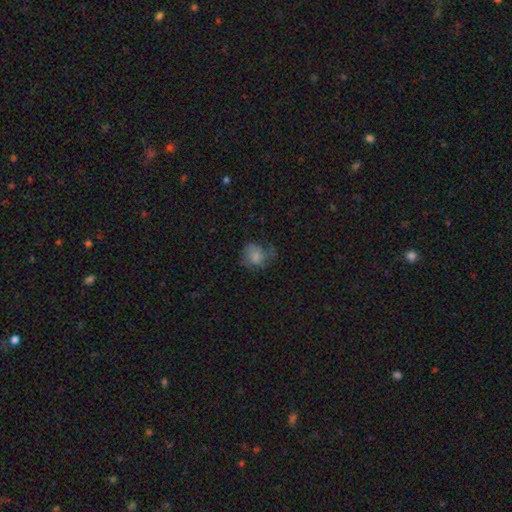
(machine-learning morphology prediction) Q: Smooth or featured?
A: smooth (70%); runner-up: featured or disk (20%)
Q: How rounded?
A: round (66%); runner-up: in between (33%)
Q: Merging?
A: none (41%); runner-up: minor disturbance (30%)